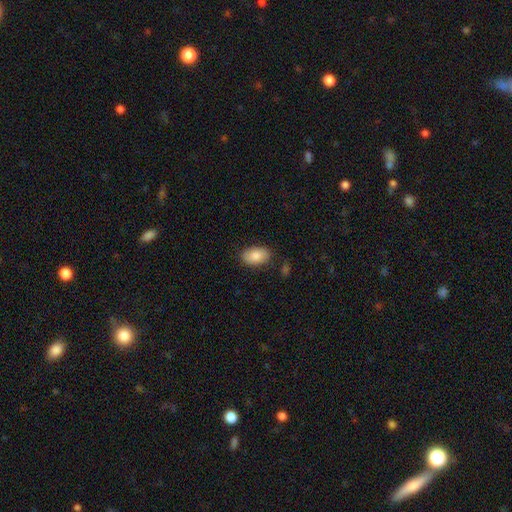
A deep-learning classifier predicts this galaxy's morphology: smooth_or_featured: smooth (p=0.84) [alt: featured or disk p=0.10]
how_rounded: in between (p=0.92) [alt: round p=0.07]
merging: none (p=0.82) [alt: minor disturbance p=0.13]